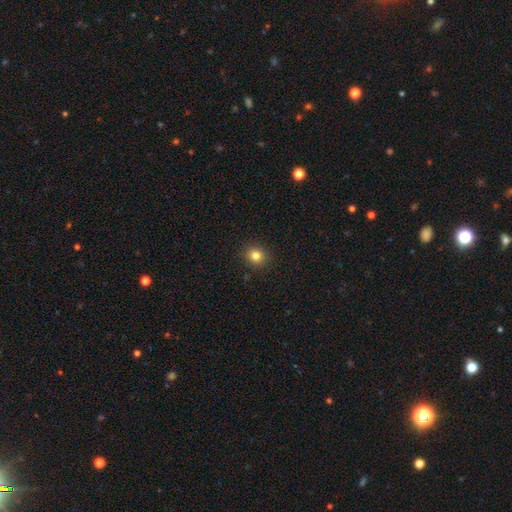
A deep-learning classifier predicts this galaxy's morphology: The model was most divided on "how rounded": round: 84%, in between: 15%, cigar-shaped: 1%. More confident: merging — none (91%); smooth or featured — smooth (82%).